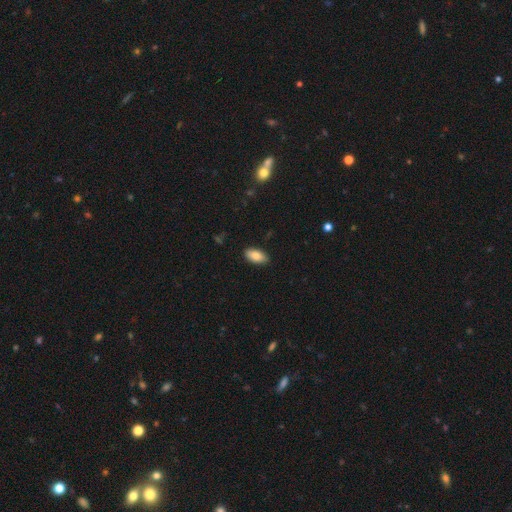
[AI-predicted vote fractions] Smooth or featured? smooth (86%)
How rounded? in between (93%)
Merging? none (88%)